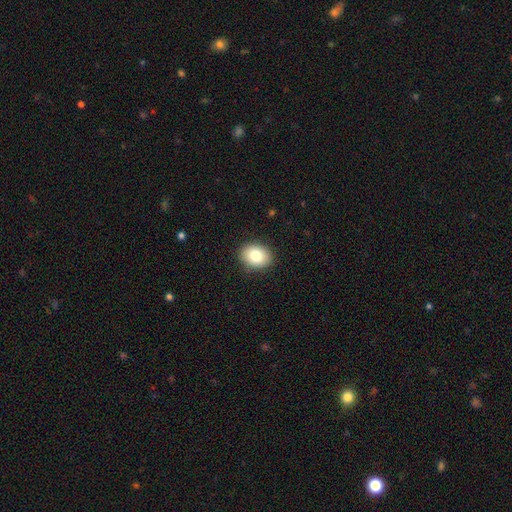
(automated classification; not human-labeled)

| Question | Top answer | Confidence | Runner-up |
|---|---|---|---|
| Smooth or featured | smooth | 81% | featured or disk (10%) |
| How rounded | in between | 64% | round (35%) |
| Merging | none | 89% | minor disturbance (8%) |